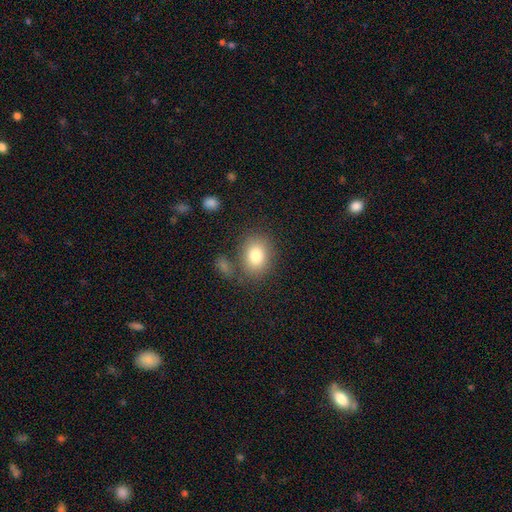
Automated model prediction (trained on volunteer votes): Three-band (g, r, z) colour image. It shows a smooth galaxy with no disk features (81%) that is in between round and cigar-shaped (55%). Merging: none (73%).